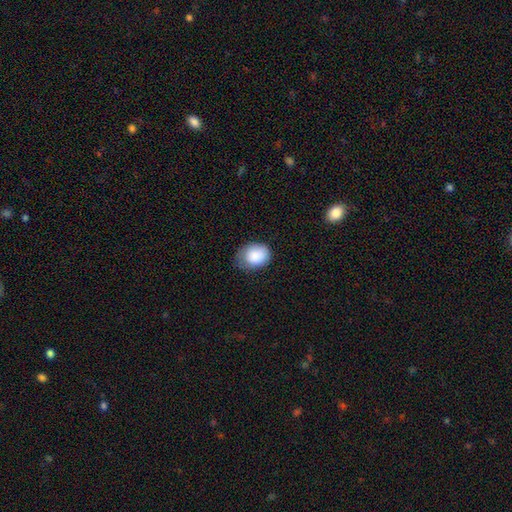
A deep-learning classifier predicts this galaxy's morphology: Overall: smooth (87%). How rounded: in between (59%; round 41%). Merging: none (55%; minor disturbance 35%).